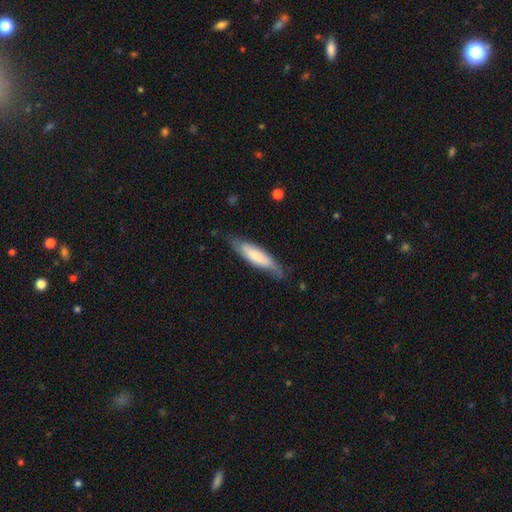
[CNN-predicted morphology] Smooth or featured? Predicted: smooth (p=0.61). How rounded? Predicted: cigar-shaped (p=0.69). Merging? Predicted: none (p=0.72).